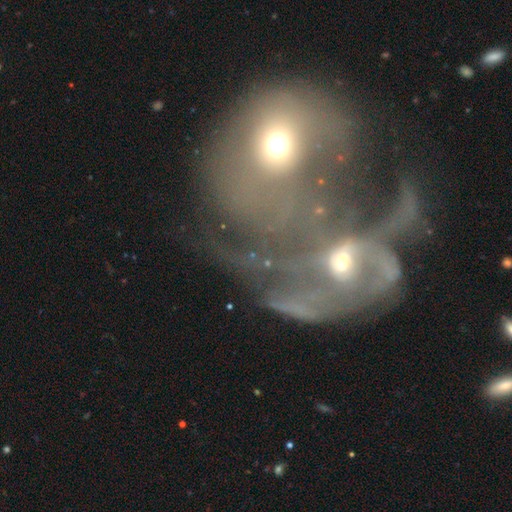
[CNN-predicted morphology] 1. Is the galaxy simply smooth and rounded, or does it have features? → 59% featured or disk, 26% smooth, 16% star or artifact.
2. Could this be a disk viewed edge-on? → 96% no, 4% yes.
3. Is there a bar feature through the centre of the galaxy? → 75% no, 18% weak, 7% strong.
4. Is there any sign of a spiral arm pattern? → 51% yes, 49% no.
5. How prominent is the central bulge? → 50% moderate, 33% small, 7% none, 6% large, 3% dominant.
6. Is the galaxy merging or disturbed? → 73% merger, 15% major disturbance, 7% none, 5% minor disturbance.